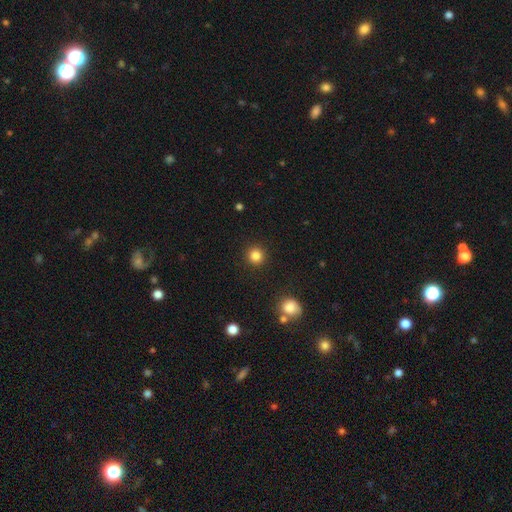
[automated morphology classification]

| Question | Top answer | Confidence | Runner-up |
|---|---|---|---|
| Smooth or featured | smooth | 84% | star or artifact (12%) |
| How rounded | round | 94% | in between (5%) |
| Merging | none | 92% | minor disturbance (5%) |